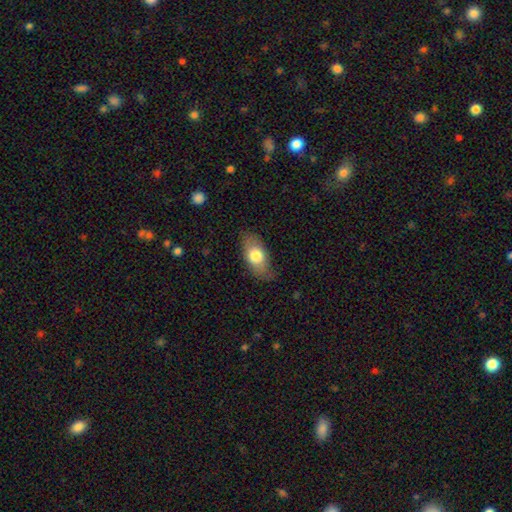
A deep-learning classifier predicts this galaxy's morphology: smooth_or_featured: smooth (p=0.72) [alt: featured or disk p=0.21]
how_rounded: in between (p=0.87) [alt: cigar-shaped p=0.07]
merging: none (p=0.76) [alt: minor disturbance p=0.18]